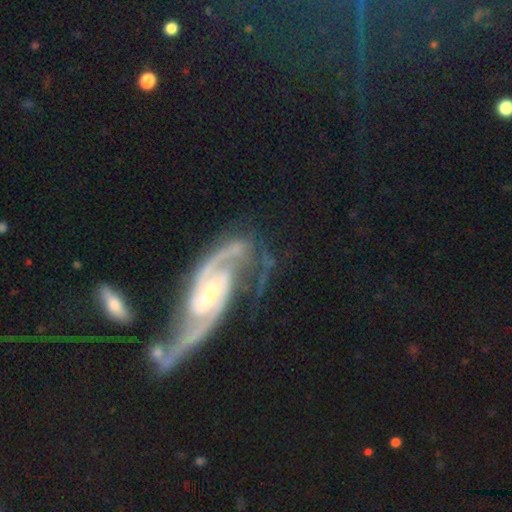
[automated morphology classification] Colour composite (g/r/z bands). It shows a featured or disk galaxy (86%) with no bar (43%), 2 (87%) medium (51%) spiral arms (97%) and a small central bulge (58%). Merging: none (52%).